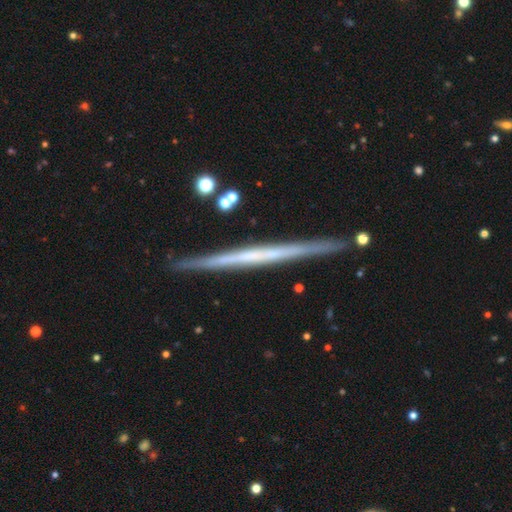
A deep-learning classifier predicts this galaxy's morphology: Smooth or featured? featured or disk (69%)
Edge-on disk? yes (98%)
Edge-on bulge? none (89%)
Merging? none (90%)